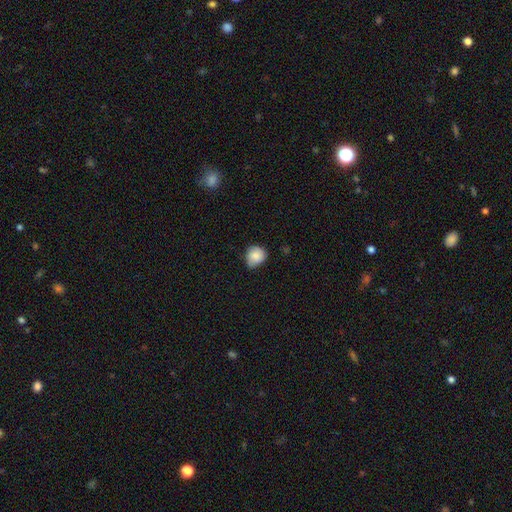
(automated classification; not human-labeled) Morphology: type=smooth (83%); roundness=round (76%); merging=none (56%).